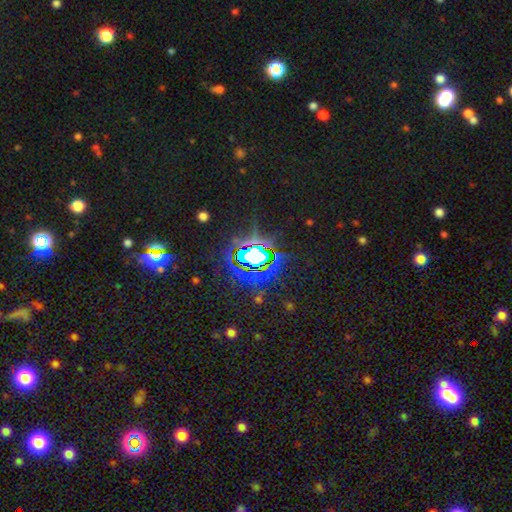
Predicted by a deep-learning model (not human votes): smooth_or_featured: star or artifact (p=0.83) [alt: smooth p=0.10]